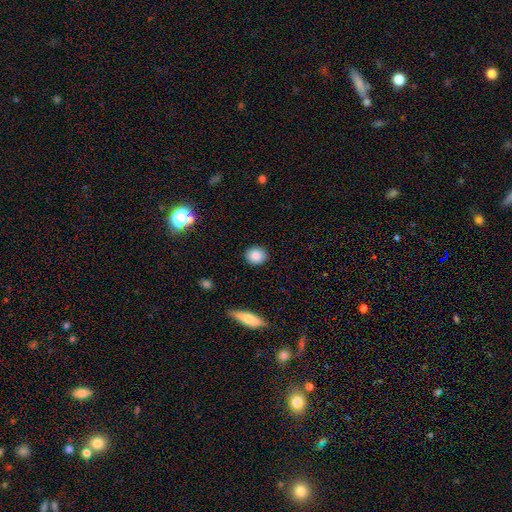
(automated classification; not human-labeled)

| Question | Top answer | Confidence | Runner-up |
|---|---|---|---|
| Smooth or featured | smooth | 86% | star or artifact (8%) |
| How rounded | round | 75% | in between (23%) |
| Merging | none | 90% | minor disturbance (7%) |